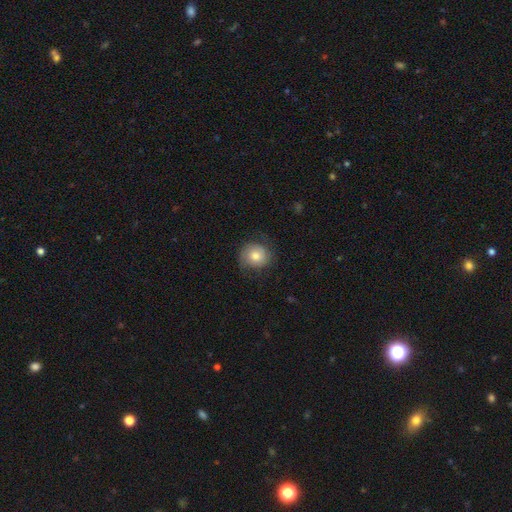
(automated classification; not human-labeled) Smooth or featured? smooth (64%)
How rounded? round (84%)
Merging? none (69%)